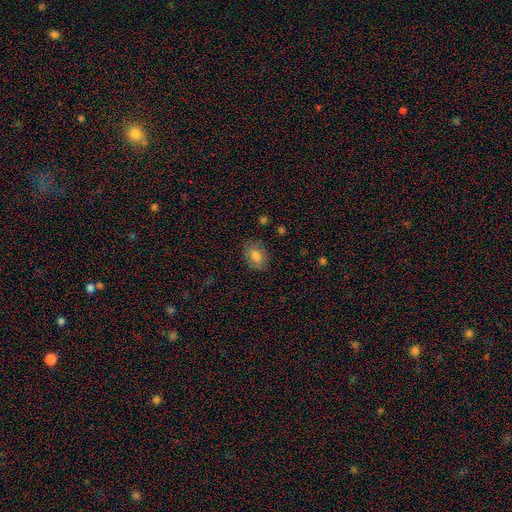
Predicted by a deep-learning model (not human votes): A smooth galaxy with no disk features (78%) that is in between round and cigar-shaped (70%). Merging: none (82%).